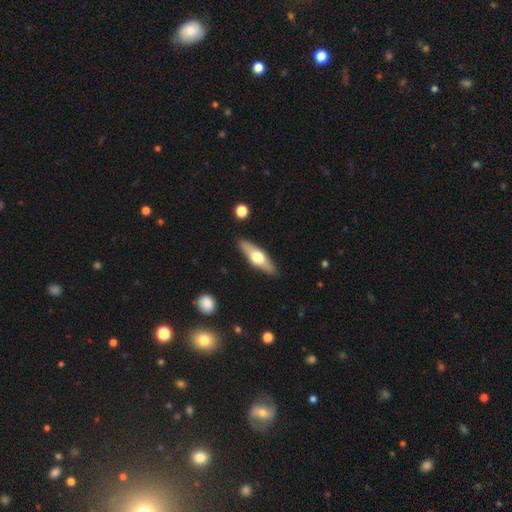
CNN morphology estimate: The model was most divided on "smooth or featured": featured or disk: 52%, smooth: 42%, star or artifact: 5%. More confident: edge-on disk — yes (90%); merging — none (89%).